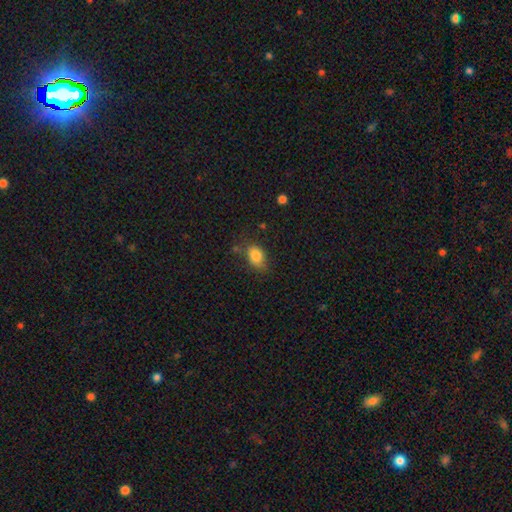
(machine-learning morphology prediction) Smooth or featured? smooth (84%)
How rounded? in between (74%)
Merging? none (64%)